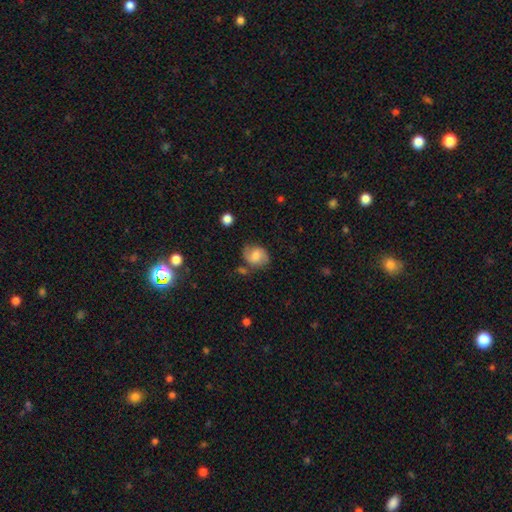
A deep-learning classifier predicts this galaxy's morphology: This appears to be a smooth galaxy with no disk features (48%). Merging: none (66%).